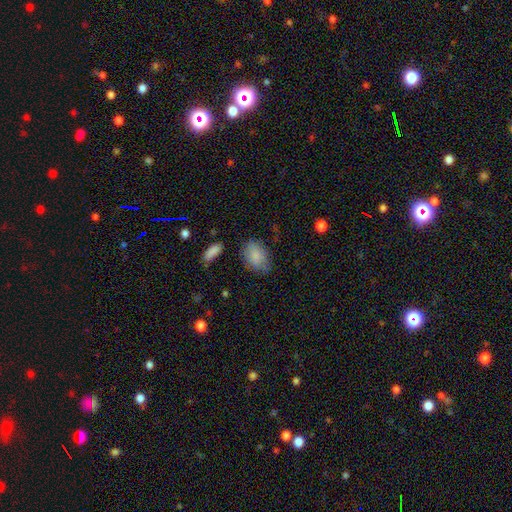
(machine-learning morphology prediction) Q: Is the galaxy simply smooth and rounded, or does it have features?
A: smooth — 84%.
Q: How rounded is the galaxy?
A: in between — 84%.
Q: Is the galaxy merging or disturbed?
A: none — 70%.